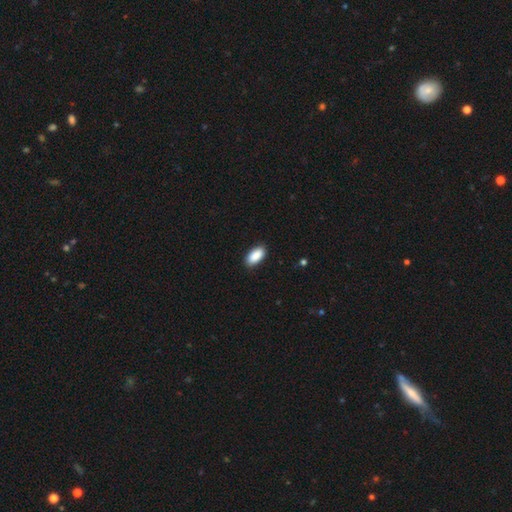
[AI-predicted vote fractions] The model was most divided on "merging": none: 88%, minor disturbance: 9%, major disturbance: 2%, merger: 1%. More confident: how rounded — in between (93%); smooth or featured — smooth (90%).